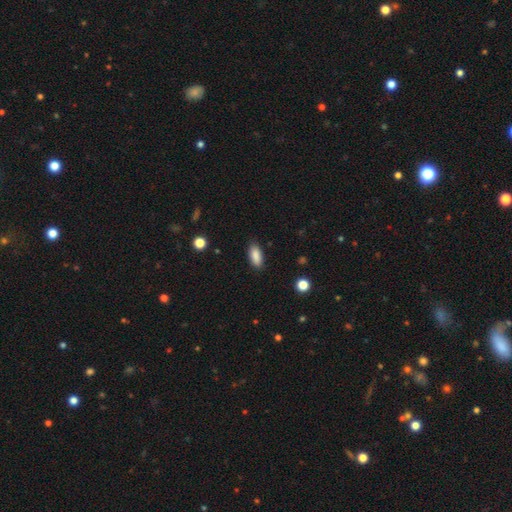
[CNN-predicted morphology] Smooth or featured?
  - smooth: 88% *
  - star or artifact: 7%
  - featured or disk: 5%
How rounded?
  - in between: 84% *
  - cigar-shaped: 14%
  - round: 2%
Merging?
  - none: 86% *
  - minor disturbance: 10%
  - major disturbance: 2%
  - merger: 1%